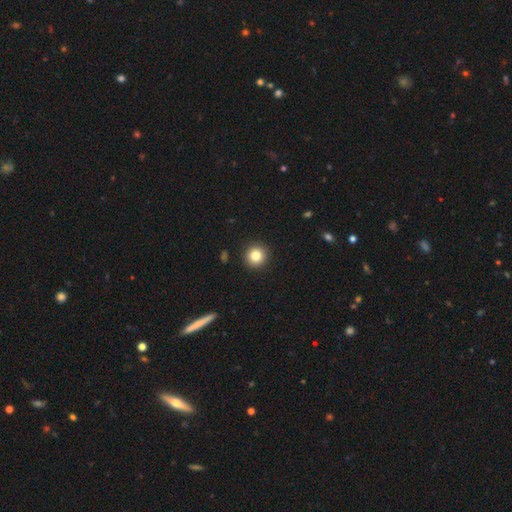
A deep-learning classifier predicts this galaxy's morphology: Smooth or featured?
  - smooth: 83% *
  - star or artifact: 10%
  - featured or disk: 7%
How rounded?
  - round: 94% *
  - in between: 5%
  - cigar-shaped: 1%
Merging?
  - none: 92% *
  - minor disturbance: 5%
  - major disturbance: 2%
  - merger: 1%